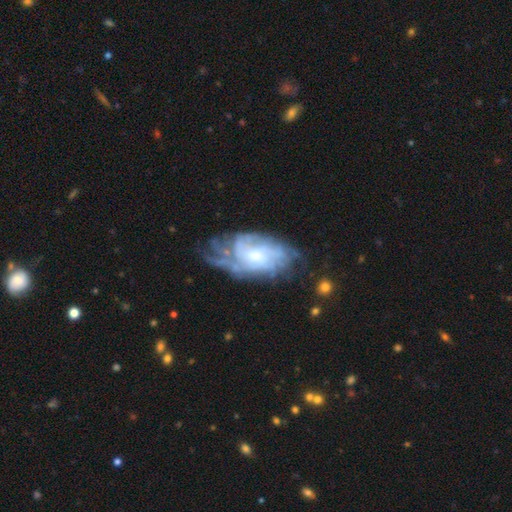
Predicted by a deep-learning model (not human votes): featured or disk 78%, smooth 15%, star or artifact 7%. Down the decision tree: edge-on disk — no (95%); bar — no (68%); spiral arms — yes (88%); spiral arm count — can't tell (51%); spiral winding — tight (52%); bulge size — small (44%); merging — none (51%).